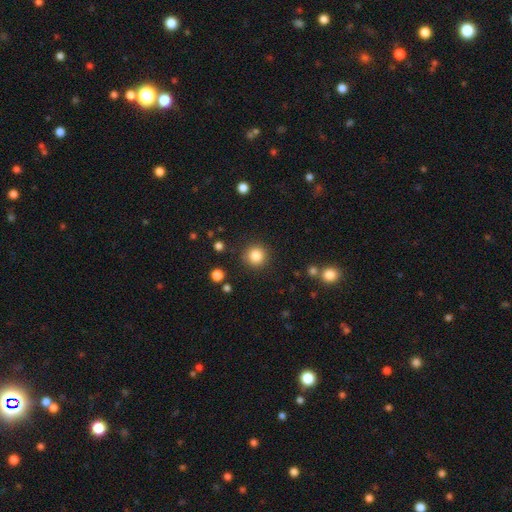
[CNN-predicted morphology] Smooth or featured?
  - smooth: 85% *
  - star or artifact: 11%
  - featured or disk: 5%
How rounded?
  - round: 94% *
  - in between: 5%
  - cigar-shaped: 1%
Merging?
  - none: 89% *
  - minor disturbance: 7%
  - major disturbance: 3%
  - merger: 2%